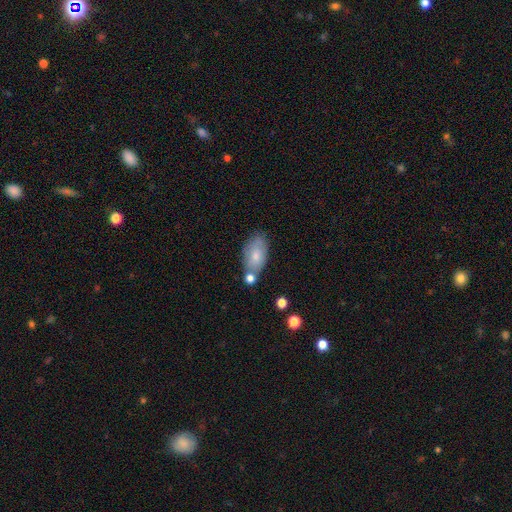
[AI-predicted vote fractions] smooth 72%, featured or disk 22%, star or artifact 7%. Down the decision tree: how rounded — in between (91%); merging — none (57%).